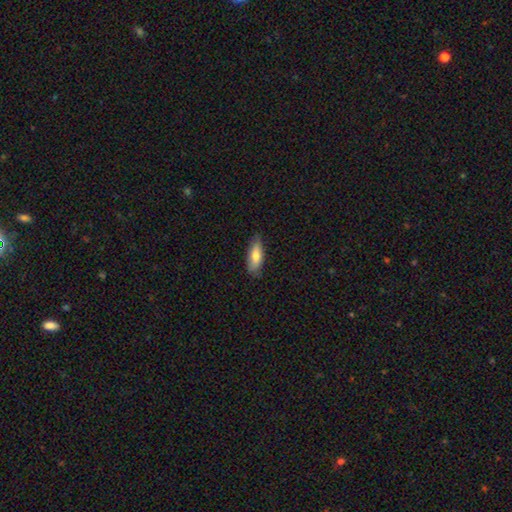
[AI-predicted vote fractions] Smooth or featured? smooth (77%)
How rounded? in between (62%)
Merging? none (82%)